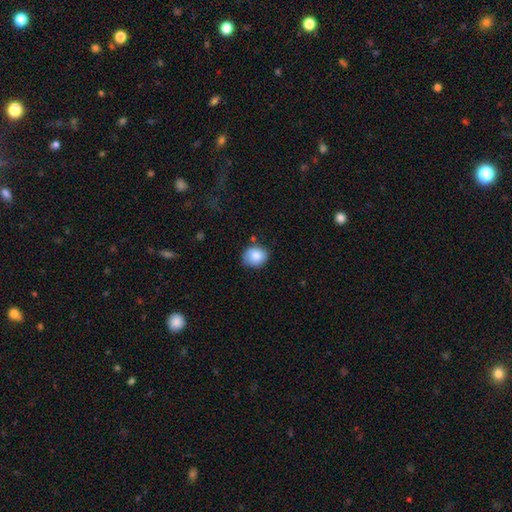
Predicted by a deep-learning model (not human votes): Smooth or featured?
  - smooth: 83% *
  - featured or disk: 9%
  - star or artifact: 8%
How rounded?
  - round: 66% *
  - in between: 33%
  - cigar-shaped: 1%
Merging?
  - none: 74% *
  - minor disturbance: 20%
  - major disturbance: 3%
  - merger: 3%